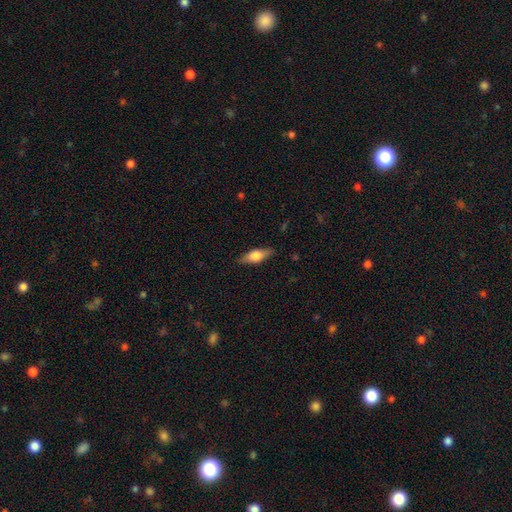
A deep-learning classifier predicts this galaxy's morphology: Smooth or featured: smooth — 56% (featured or disk — 38%)
How rounded: in between — 62% (cigar-shaped — 35%)
Merging: none — 86% (minor disturbance — 11%)